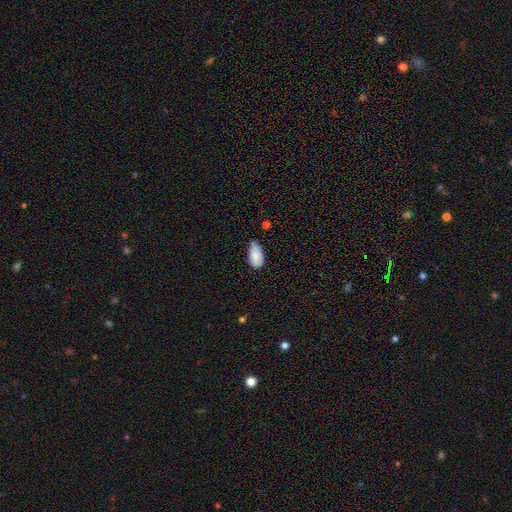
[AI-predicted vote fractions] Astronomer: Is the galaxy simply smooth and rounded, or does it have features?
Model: smooth — 84%.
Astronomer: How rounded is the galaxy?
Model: in between — 94%.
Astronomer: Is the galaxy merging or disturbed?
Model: none — 48% (runner-up: minor disturbance, 44%).